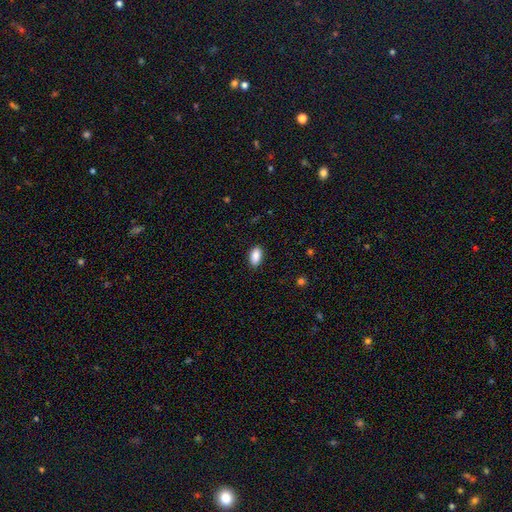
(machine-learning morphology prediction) smooth 89%, star or artifact 7%, featured or disk 4%. Down the decision tree: how rounded — in between (92%); merging — none (88%).